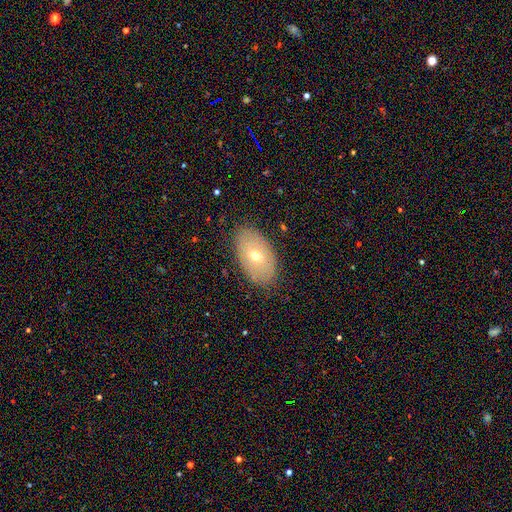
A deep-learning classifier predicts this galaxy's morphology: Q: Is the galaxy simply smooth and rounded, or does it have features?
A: smooth — 53%.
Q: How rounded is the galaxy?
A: in between — 92%.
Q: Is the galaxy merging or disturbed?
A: none — 84%.